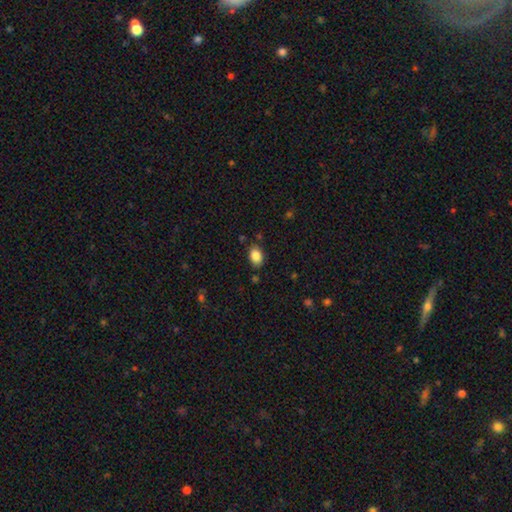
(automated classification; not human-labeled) Smooth or featured? Predicted: smooth (p=0.86). How rounded? Predicted: in between (p=0.83). Merging? Predicted: none (p=0.83).